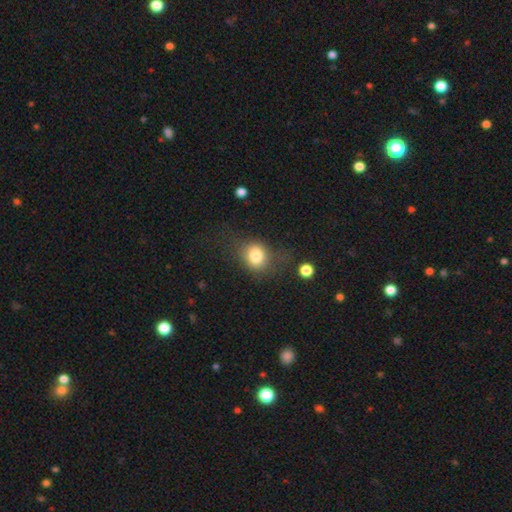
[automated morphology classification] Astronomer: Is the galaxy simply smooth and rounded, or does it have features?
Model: smooth — 78%.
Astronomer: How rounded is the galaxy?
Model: round — 68%.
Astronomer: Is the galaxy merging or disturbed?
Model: none — 61%.